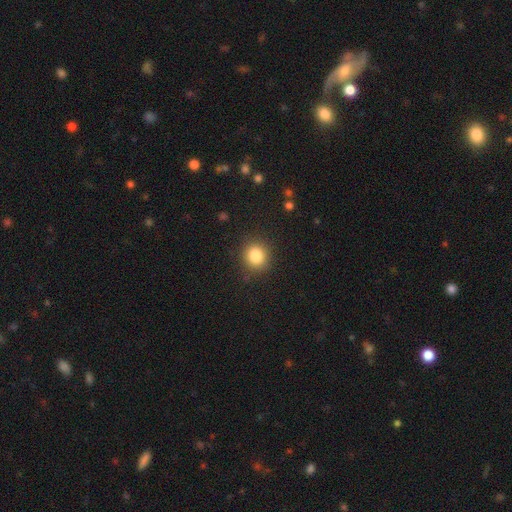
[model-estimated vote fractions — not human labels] A smooth galaxy with no disk features (84%) that is round (85%). Merging: none (88%).